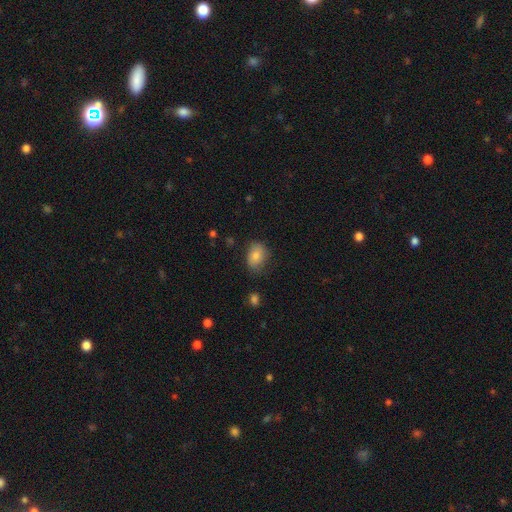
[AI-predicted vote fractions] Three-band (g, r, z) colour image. It shows a smooth galaxy with no disk features (80%) that is in between round and cigar-shaped (70%). Merging: none (69%).